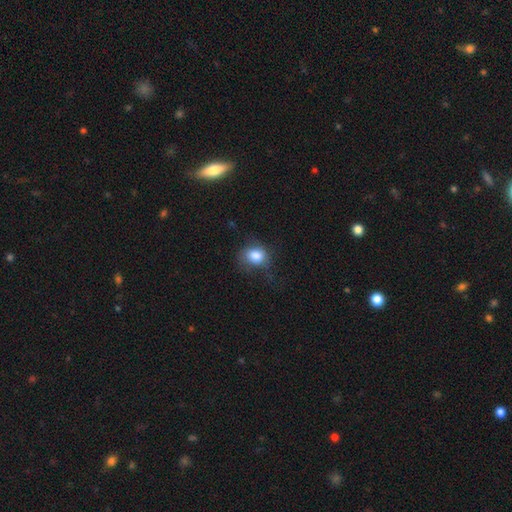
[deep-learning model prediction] This appears to be a smooth galaxy with no disk features (82%) that is round (64%). Merging: none (57%).